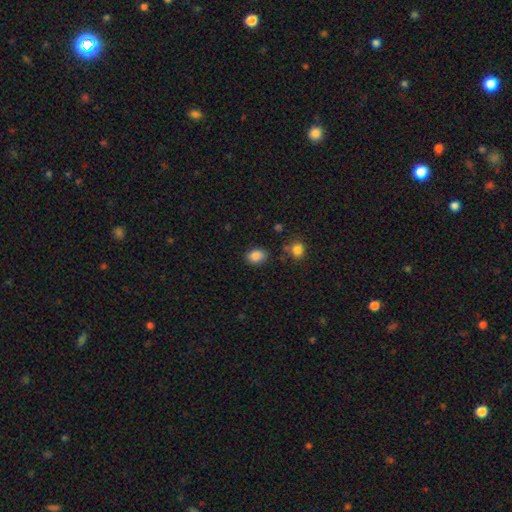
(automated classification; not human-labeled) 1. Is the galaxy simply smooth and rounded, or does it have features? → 87% smooth, 9% star or artifact, 4% featured or disk.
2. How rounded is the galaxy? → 68% in between, 31% round, 1% cigar-shaped.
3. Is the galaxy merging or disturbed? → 77% none, 15% minor disturbance, 4% major disturbance, 4% merger.